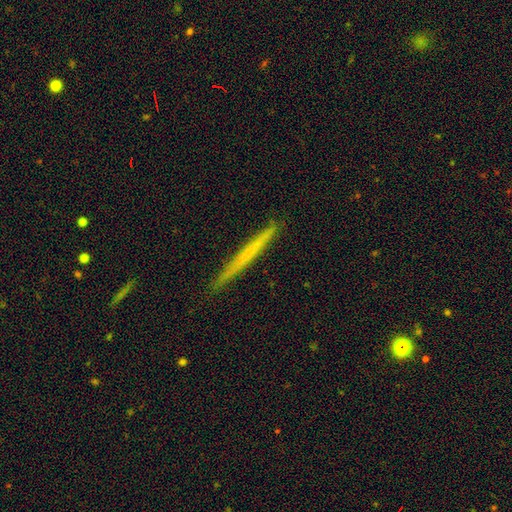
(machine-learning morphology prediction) smooth_or_featured: smooth (p=0.54) [alt: featured or disk p=0.38]
how_rounded: cigar-shaped (p=0.97) [alt: in between p=0.02]
merging: none (p=0.91) [alt: minor disturbance p=0.06]